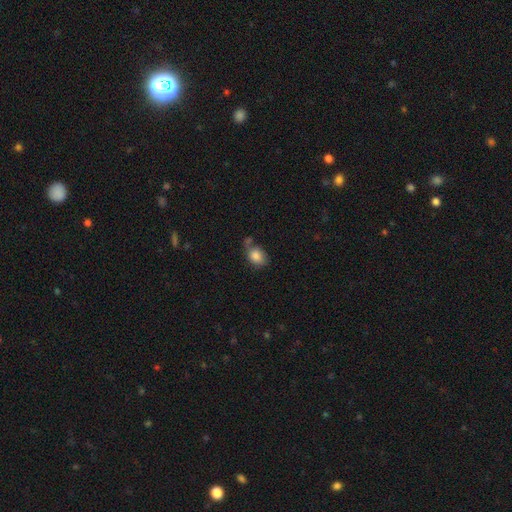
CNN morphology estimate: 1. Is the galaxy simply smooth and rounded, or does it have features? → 84% smooth, 8% star or artifact, 8% featured or disk.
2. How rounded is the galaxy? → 66% in between, 32% round, 1% cigar-shaped.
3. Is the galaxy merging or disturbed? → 47% none, 23% minor disturbance, 21% merger, 9% major disturbance.